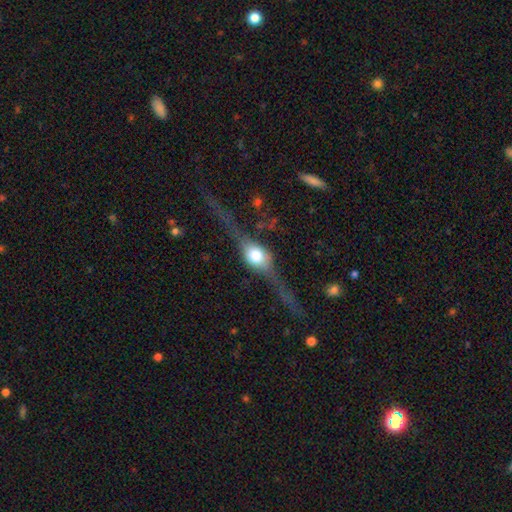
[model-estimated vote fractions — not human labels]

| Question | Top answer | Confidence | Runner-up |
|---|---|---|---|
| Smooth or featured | featured or disk | 77% | smooth (17%) |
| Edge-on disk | yes | 91% | no (9%) |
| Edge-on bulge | rounded | 96% | boxy (3%) |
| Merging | none | 70% | minor disturbance (16%) |